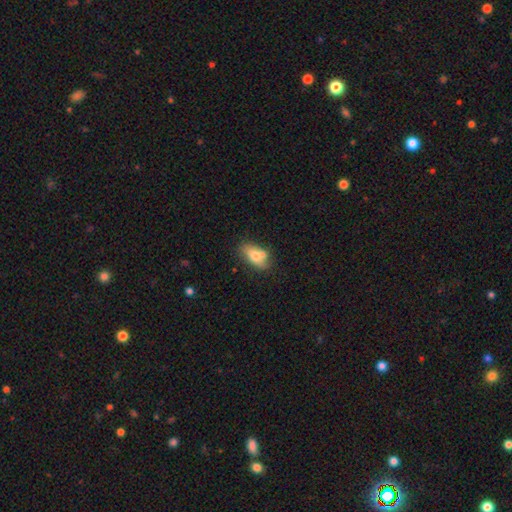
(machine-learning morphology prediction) Smooth or featured? smooth (69%)
How rounded? in between (85%)
Merging? none (54%)